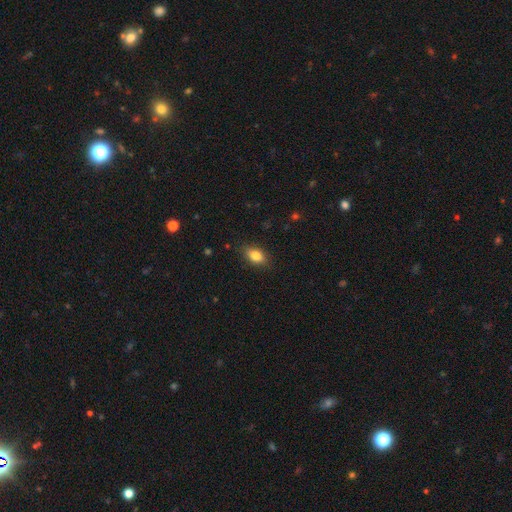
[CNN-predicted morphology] The model was most divided on "merging": none: 85%, minor disturbance: 12%, major disturbance: 3%, merger: 1%. More confident: how rounded — in between (86%); smooth or featured — smooth (83%).